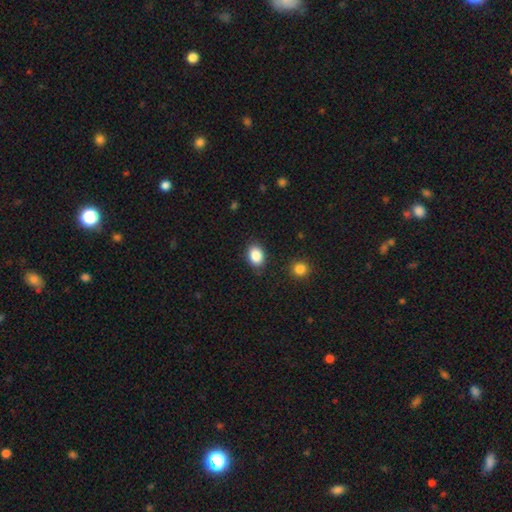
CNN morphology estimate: type=smooth (87%); roundness=in between (71%); merging=none (86%).